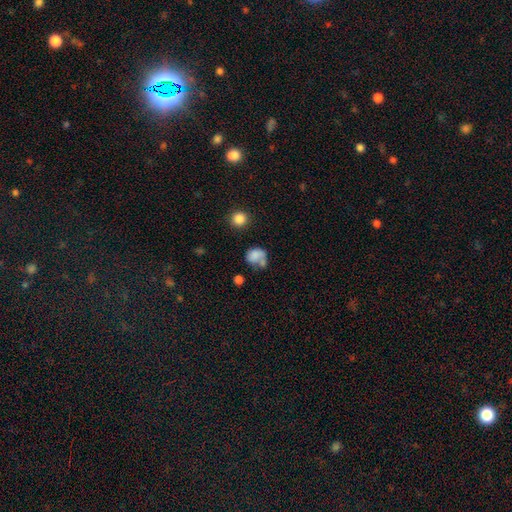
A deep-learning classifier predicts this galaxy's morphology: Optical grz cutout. It shows a smooth galaxy with no disk features (72%) that is round (56%). Merging: none (35%).